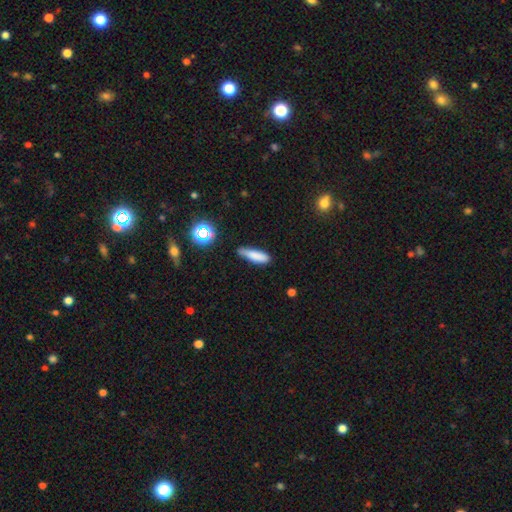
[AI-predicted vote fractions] Morphology: type=smooth (79%); roundness=cigar-shaped (65%); merging=none (65%).